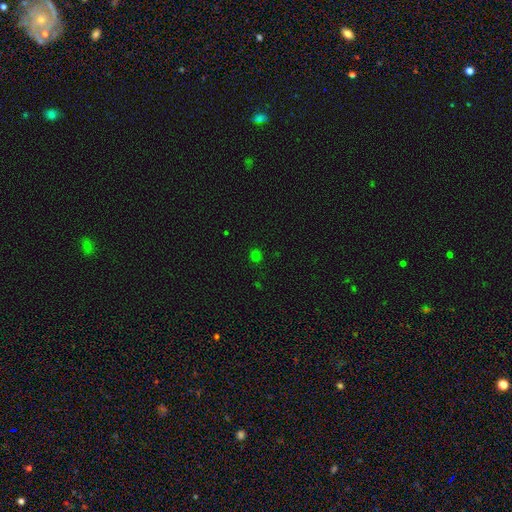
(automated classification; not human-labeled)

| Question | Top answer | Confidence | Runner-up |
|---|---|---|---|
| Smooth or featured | smooth | 74% | star or artifact (22%) |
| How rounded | round | 88% | in between (11%) |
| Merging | none | 90% | minor disturbance (6%) |